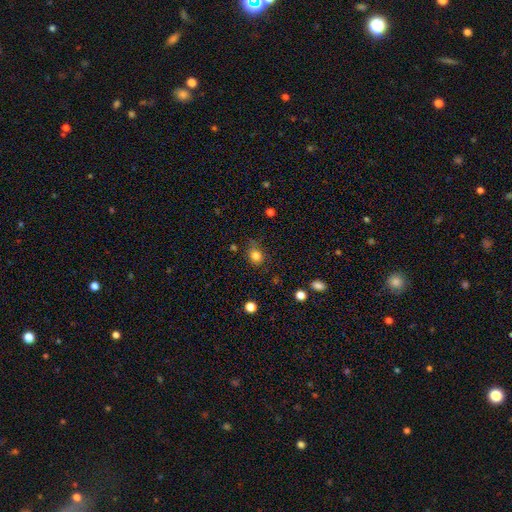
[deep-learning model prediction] Smooth or featured: smooth — 82% (star or artifact — 12%)
How rounded: round — 65% (in between — 34%)
Merging: none — 70% (minor disturbance — 21%)